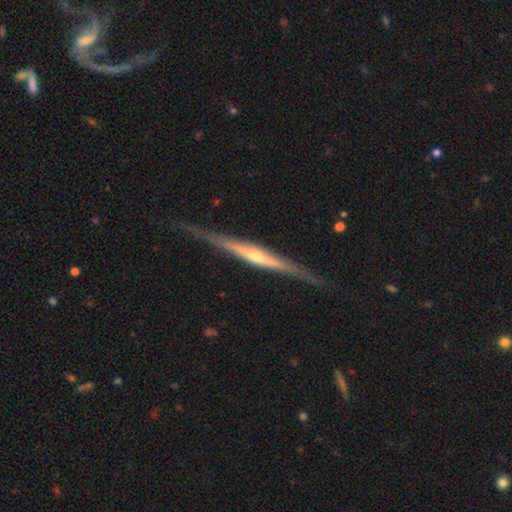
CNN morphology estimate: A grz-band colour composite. It shows a featured or disk galaxy (82%) viewed edge-on (97%) with a rounded central bulge (72%). Merging: none (85%).